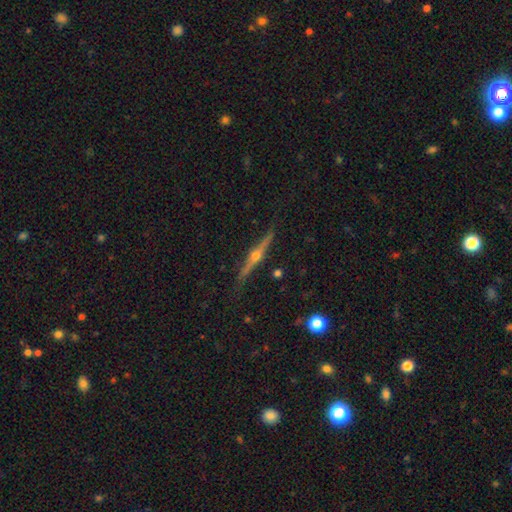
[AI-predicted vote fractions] This is clearly a featured or disk galaxy (85%). It is clearly viewed edge-on (98%). Edge-on bulge: clearly rounded (95%). Merging: clearly none (88%).